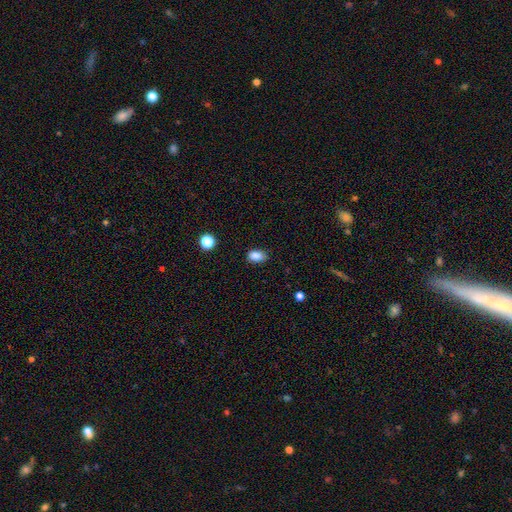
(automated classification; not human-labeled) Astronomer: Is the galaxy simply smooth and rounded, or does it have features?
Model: smooth — 86%.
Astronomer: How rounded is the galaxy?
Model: in between — 85%.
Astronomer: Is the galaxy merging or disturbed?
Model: none — 80%.